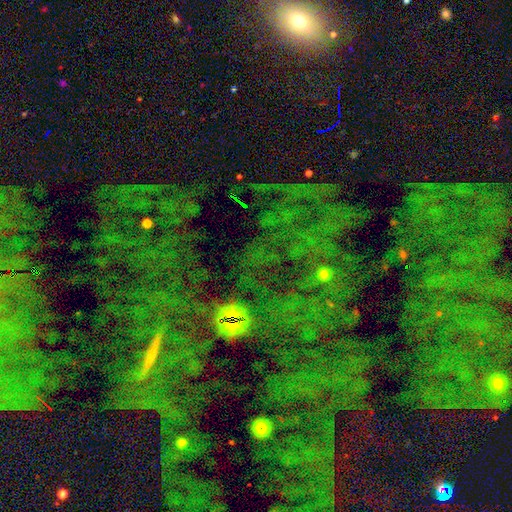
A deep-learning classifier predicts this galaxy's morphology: Overall: star or artifact (77%).